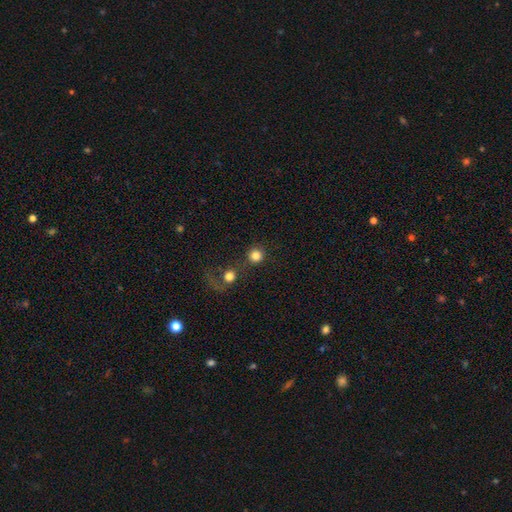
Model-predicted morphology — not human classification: The model was most divided on "merging": none: 70%, merger: 18%, minor disturbance: 7%, major disturbance: 5%. More confident: how rounded — round (94%); smooth or featured — smooth (83%).